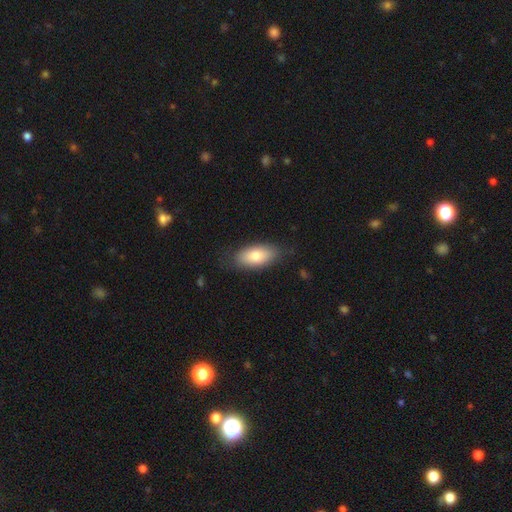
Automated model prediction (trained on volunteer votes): A smooth galaxy with no disk features (78%) that is in between round and cigar-shaped (90%). Merging: none (81%).